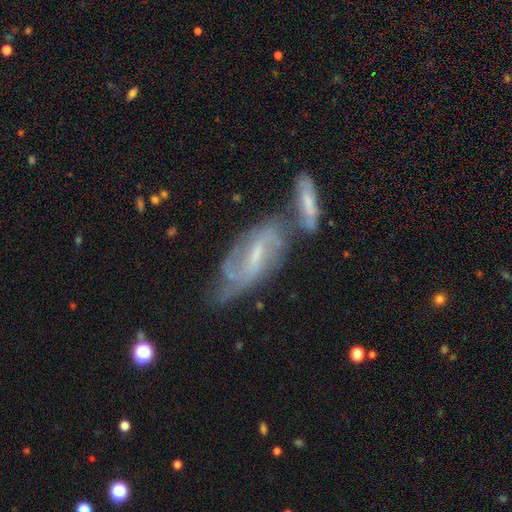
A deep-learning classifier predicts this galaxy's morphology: featured or disk 78%, smooth 15%, star or artifact 7%. Down the decision tree: edge-on disk — no (90%); bar — weak (54%); spiral arms — yes (91%); spiral arm count — 2 (55%); spiral winding — medium (44%); bulge size — small (55%); merging — none (37%).